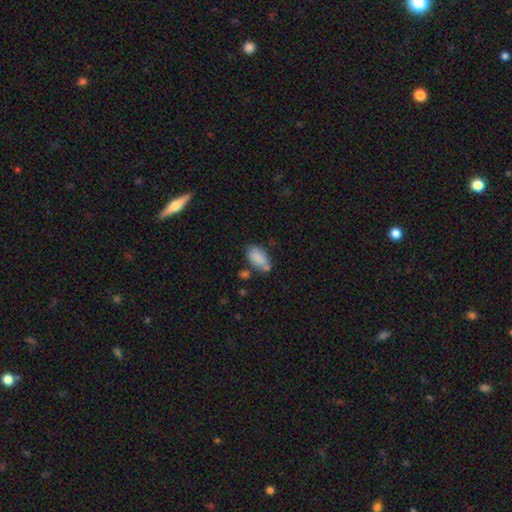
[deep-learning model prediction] This appears to be a smooth galaxy with no disk features (80%) that is in between round and cigar-shaped (91%). Merging: none (58%).